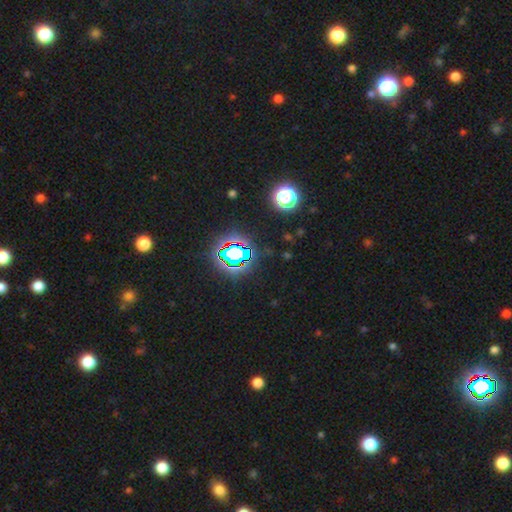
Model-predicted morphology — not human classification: smooth-or-featured: star or artifact: 82% | smooth: 11% | featured or disk: 7%